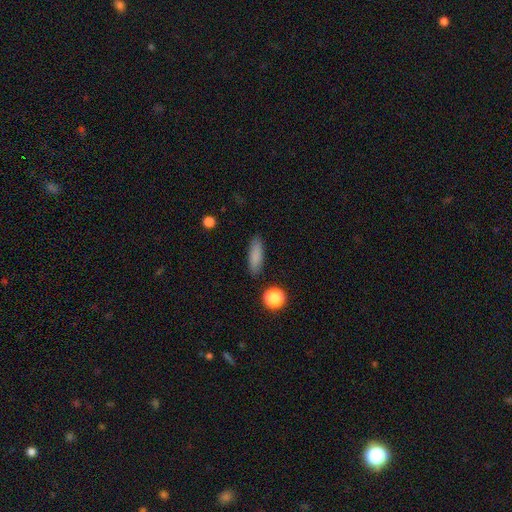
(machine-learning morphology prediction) A smooth galaxy with no disk features (84%) that is in between round and cigar-shaped (49%). Merging: none (86%).